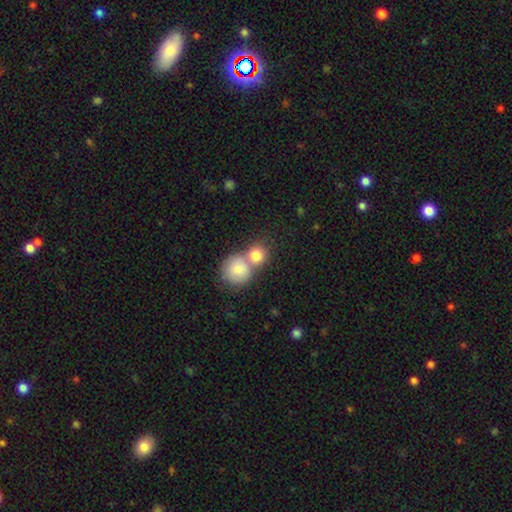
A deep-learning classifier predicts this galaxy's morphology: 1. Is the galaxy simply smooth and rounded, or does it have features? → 81% smooth, 11% featured or disk, 9% star or artifact.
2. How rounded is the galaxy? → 84% round, 15% in between, 1% cigar-shaped.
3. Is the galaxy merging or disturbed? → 51% merger, 39% none, 7% minor disturbance, 3% major disturbance.